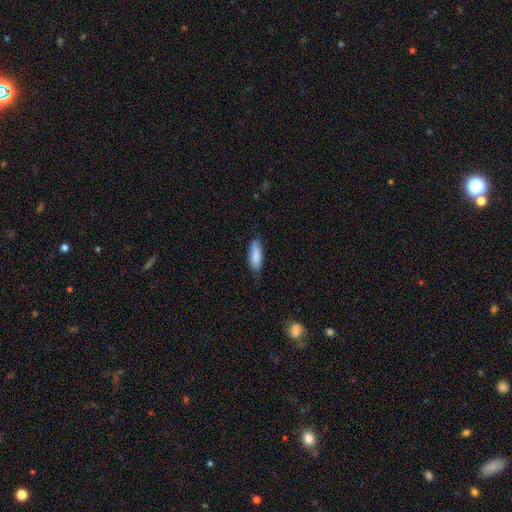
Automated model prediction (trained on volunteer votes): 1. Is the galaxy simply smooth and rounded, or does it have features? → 84% smooth, 10% featured or disk, 6% star or artifact.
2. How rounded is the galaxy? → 62% in between, 36% cigar-shaped, 2% round.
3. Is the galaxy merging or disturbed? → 69% none, 25% minor disturbance, 4% major disturbance, 1% merger.